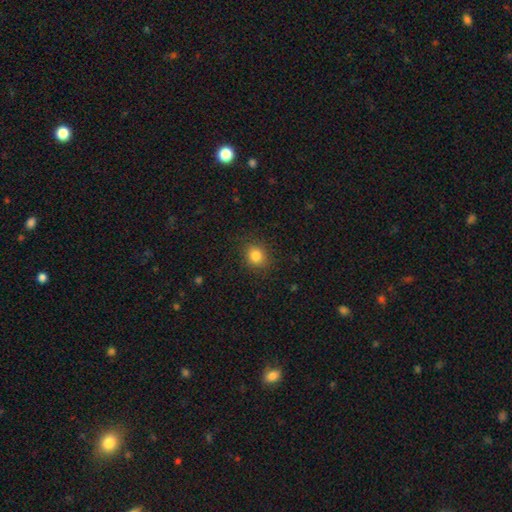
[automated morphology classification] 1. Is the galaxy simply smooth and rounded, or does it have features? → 83% smooth, 12% star or artifact, 5% featured or disk.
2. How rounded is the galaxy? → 78% round, 21% in between, 1% cigar-shaped.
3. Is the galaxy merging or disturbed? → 88% none, 8% minor disturbance, 3% major disturbance, 1% merger.